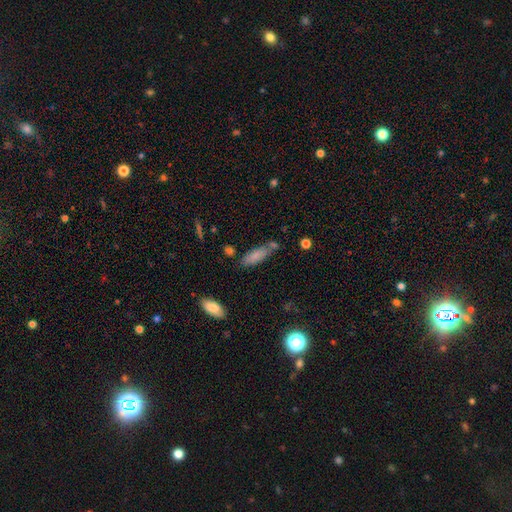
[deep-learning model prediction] Overall: smooth (82%). How rounded: in between (58%; cigar-shaped 40%). Merging: none (59%; minor disturbance 20%).